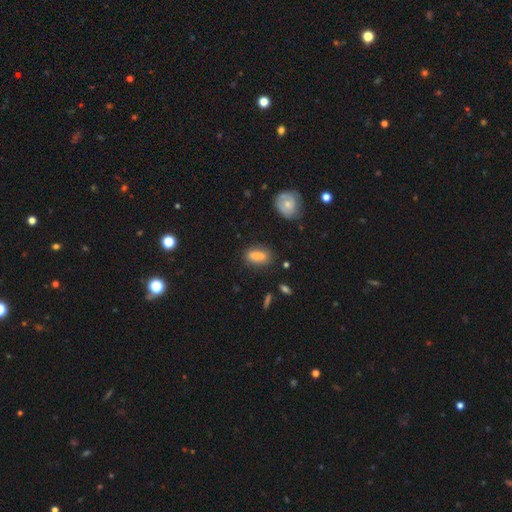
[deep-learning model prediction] Overall: smooth (80%). How rounded: in between (80%). Merging: none (79%).